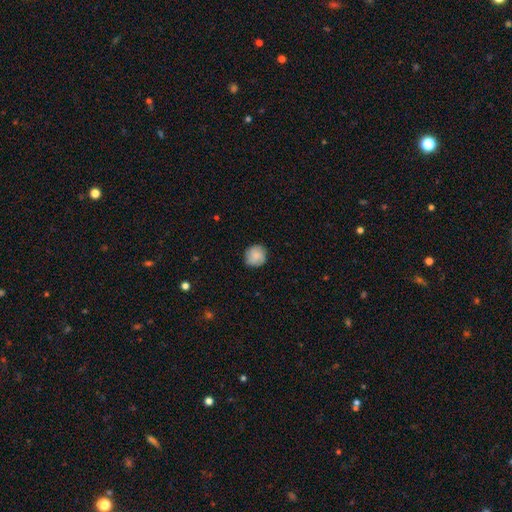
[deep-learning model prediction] Smooth or featured? Predicted: smooth (p=0.79). How rounded? Predicted: round (p=0.90). Merging? Predicted: none (p=0.84).